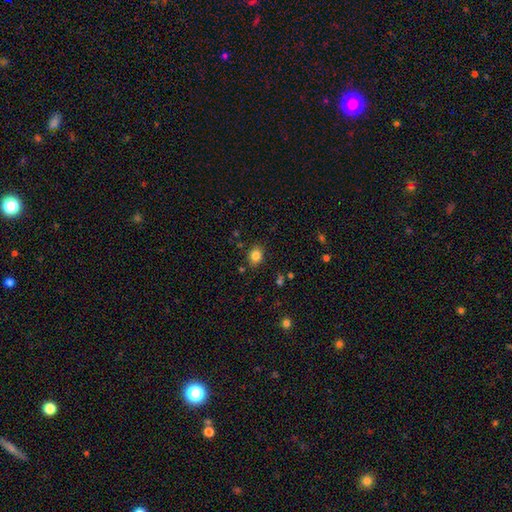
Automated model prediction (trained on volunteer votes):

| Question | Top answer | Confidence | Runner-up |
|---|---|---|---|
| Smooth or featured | smooth | 83% | star or artifact (11%) |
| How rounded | round | 50% | in between (49%) |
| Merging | none | 83% | minor disturbance (11%) |